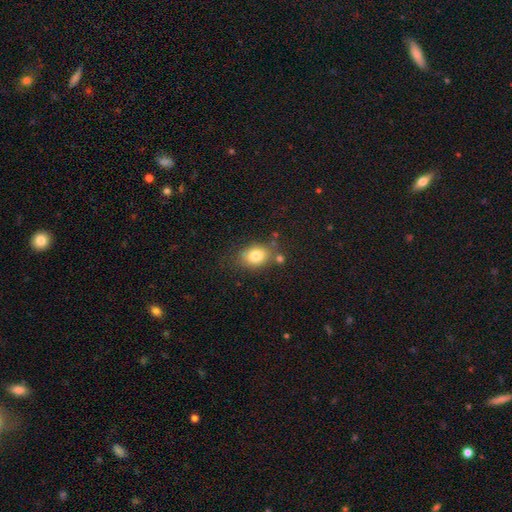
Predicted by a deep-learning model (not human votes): Q: Smooth or featured?
A: smooth (80%); runner-up: featured or disk (10%)
Q: How rounded?
A: in between (66%); runner-up: round (32%)
Q: Merging?
A: none (69%); runner-up: minor disturbance (17%)